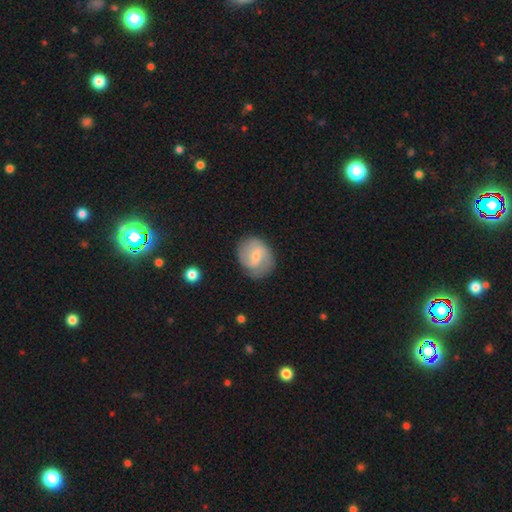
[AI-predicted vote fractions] A featured or disk galaxy (63%) with a weak bar (60%), 2 (76%) medium (43%) spiral arms (86%) and a small central bulge (56%). Merging: none (76%).